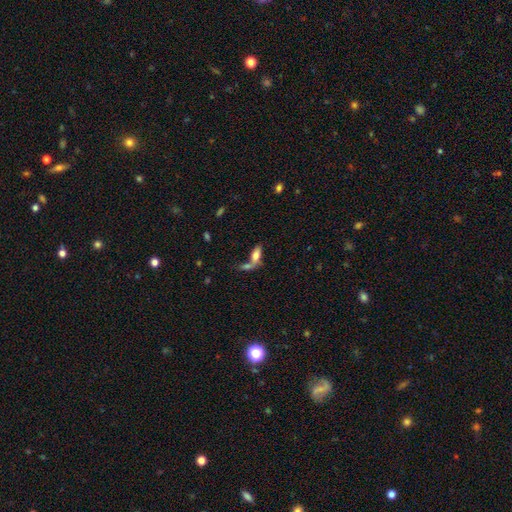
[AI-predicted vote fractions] Q: Smooth or featured?
A: smooth (68%); runner-up: featured or disk (23%)
Q: How rounded?
A: in between (76%); runner-up: cigar-shaped (20%)
Q: Merging?
A: merger (50%); runner-up: none (31%)